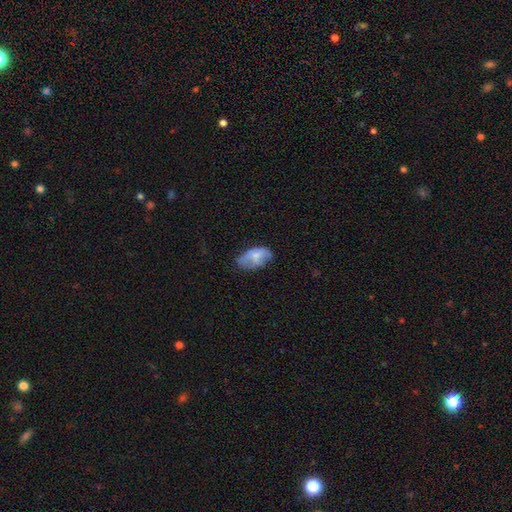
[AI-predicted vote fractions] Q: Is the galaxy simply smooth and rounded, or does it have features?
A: smooth — 64%.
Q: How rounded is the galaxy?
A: in between — 93%.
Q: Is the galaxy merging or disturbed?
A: none — 45%.